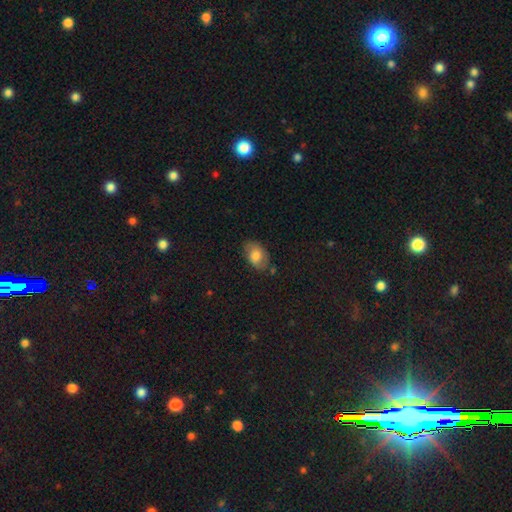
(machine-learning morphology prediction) Smooth or featured? Predicted: smooth (p=0.69). How rounded? Predicted: in between (p=0.87). Merging? Predicted: none (p=0.68).